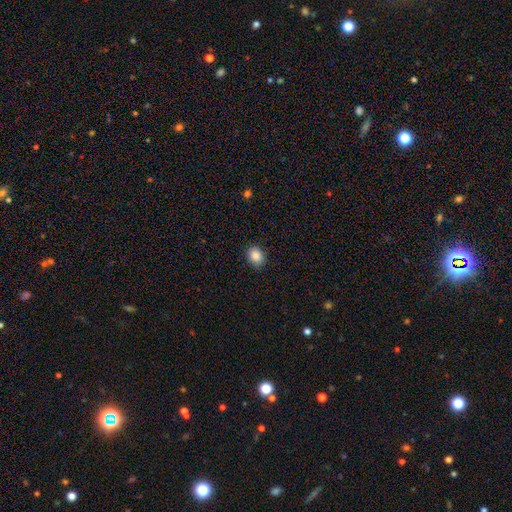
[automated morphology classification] Smooth or featured?
  - smooth: 87% *
  - star or artifact: 9%
  - featured or disk: 4%
How rounded?
  - round: 50% *
  - in between: 49%
  - cigar-shaped: 1%
Merging?
  - none: 87% *
  - minor disturbance: 10%
  - major disturbance: 2%
  - merger: 1%